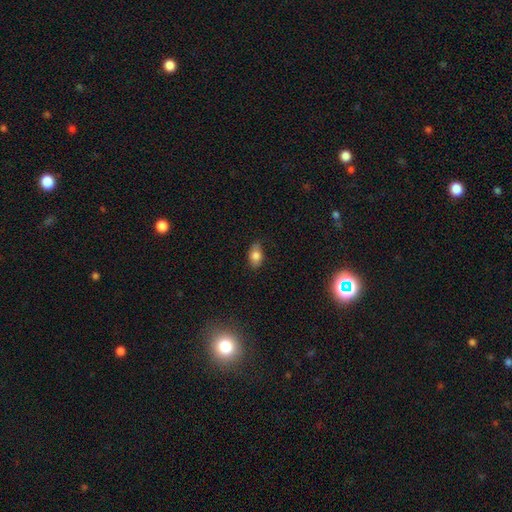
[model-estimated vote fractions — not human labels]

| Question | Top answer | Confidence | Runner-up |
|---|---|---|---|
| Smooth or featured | smooth | 81% | featured or disk (11%) |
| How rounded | in between | 87% | round (10%) |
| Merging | none | 79% | minor disturbance (17%) |